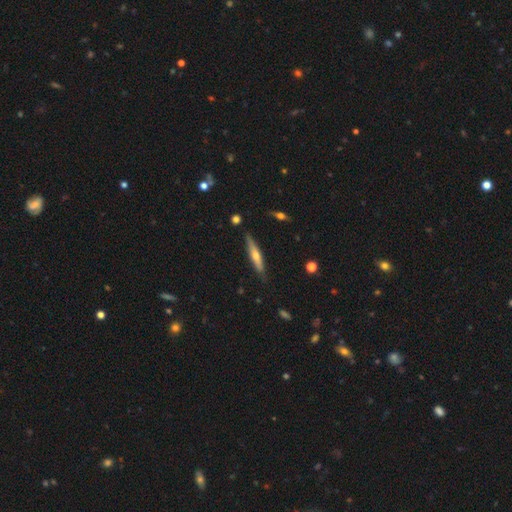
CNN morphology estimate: featured or disk 52%, smooth 42%, star or artifact 6%. Down the decision tree: edge-on disk — yes (93%); merging — none (84%).